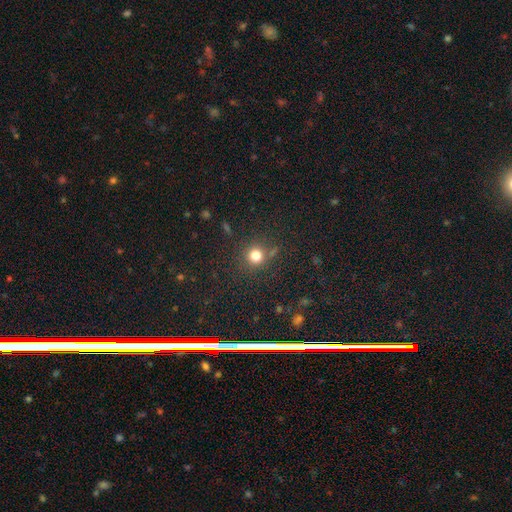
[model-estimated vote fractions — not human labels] A smooth galaxy with no disk features (78%) that is round (91%). Merging: none (80%).